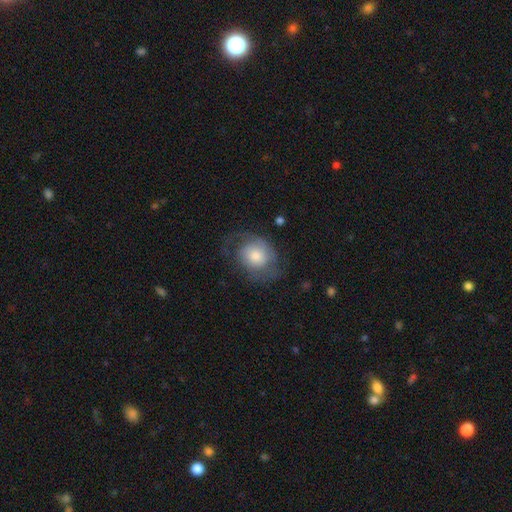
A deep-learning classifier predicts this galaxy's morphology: featured or disk 50%, smooth 42%, star or artifact 8%. Down the decision tree: merging — none (56%).